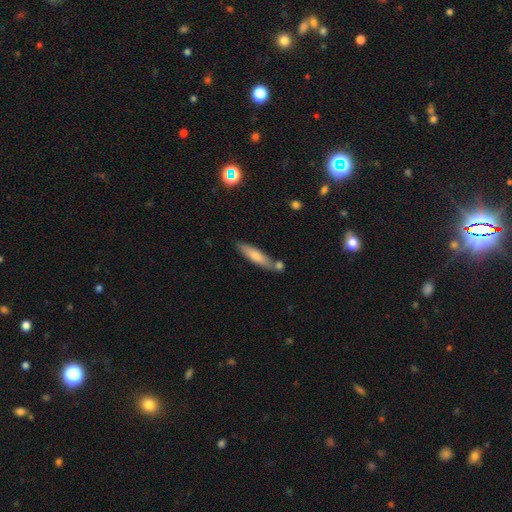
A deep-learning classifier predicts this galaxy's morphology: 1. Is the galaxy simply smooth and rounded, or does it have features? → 69% smooth, 26% featured or disk, 6% star or artifact.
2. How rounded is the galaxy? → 78% cigar-shaped, 20% in between, 2% round.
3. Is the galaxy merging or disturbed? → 67% none, 16% merger, 14% minor disturbance, 3% major disturbance.